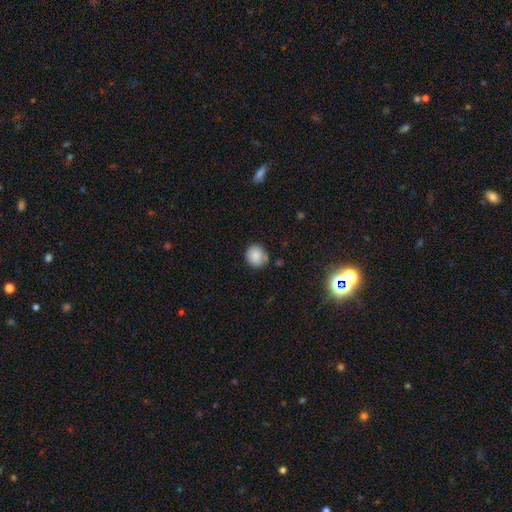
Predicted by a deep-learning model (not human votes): Smooth or featured: smooth — 86% (star or artifact — 9%)
How rounded: round — 86% (in between — 13%)
Merging: none — 78% (minor disturbance — 16%)